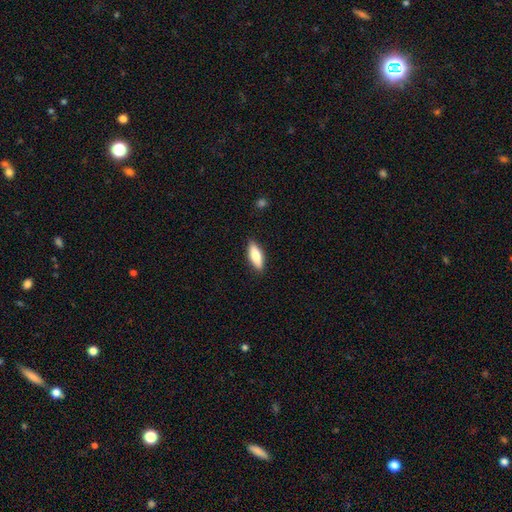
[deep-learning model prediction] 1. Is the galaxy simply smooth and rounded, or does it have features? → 76% smooth, 19% featured or disk, 6% star or artifact.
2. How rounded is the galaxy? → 59% in between, 39% cigar-shaped, 2% round.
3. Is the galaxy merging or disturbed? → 87% none, 10% minor disturbance, 2% major disturbance, 1% merger.